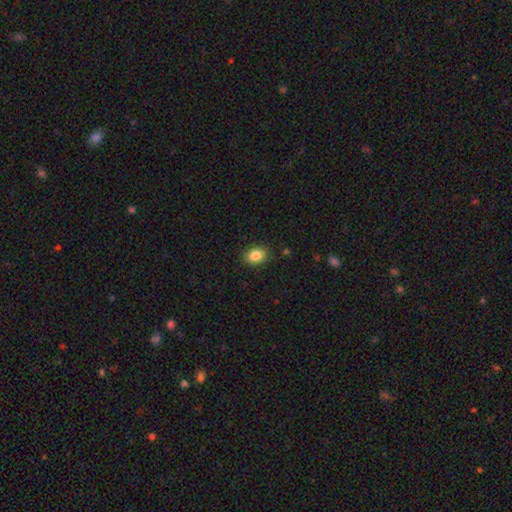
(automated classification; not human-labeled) smooth-or-featured: smooth: 86% | star or artifact: 9% | featured or disk: 6%
  how-rounded: in between: 75% | round: 24% | cigar-shaped: 1%
  merging: none: 87% | minor disturbance: 10% | major disturbance: 2% | merger: 1%